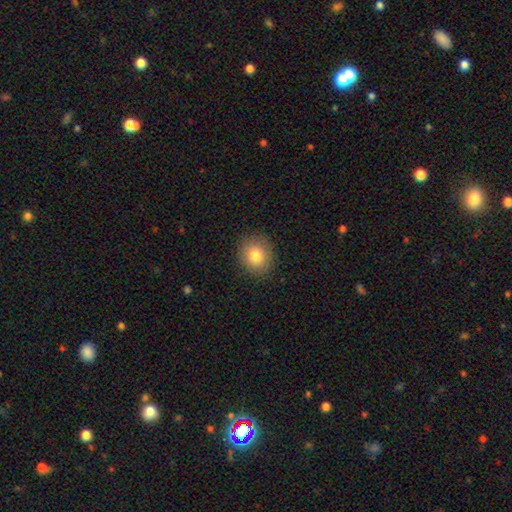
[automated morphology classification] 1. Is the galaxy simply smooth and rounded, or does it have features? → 81% smooth, 10% star or artifact, 9% featured or disk.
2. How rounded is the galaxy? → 77% round, 22% in between, 1% cigar-shaped.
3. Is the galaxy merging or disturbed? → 88% none, 8% minor disturbance, 2% major disturbance, 1% merger.